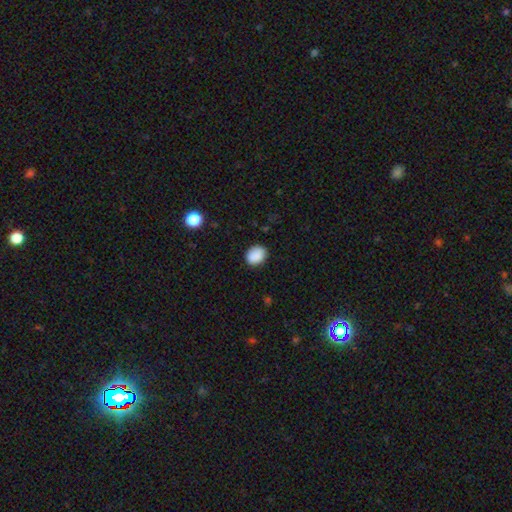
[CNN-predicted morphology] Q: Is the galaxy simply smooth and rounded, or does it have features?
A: smooth — 89%.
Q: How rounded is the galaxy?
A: round — 52%.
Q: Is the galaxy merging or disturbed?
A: none — 86%.